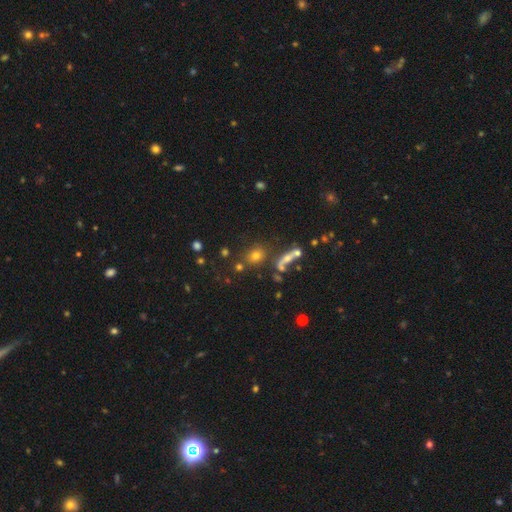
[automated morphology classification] This appears to be a smooth galaxy with no disk features (70%) that is round (62%). Merging: none (67%).